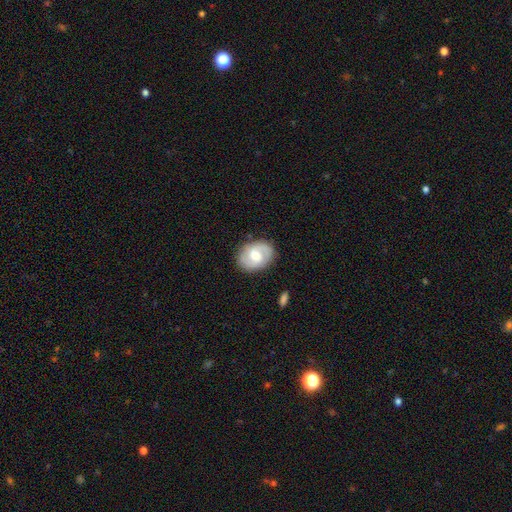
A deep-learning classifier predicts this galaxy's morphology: Smooth or featured?
  - featured or disk: 62% *
  - smooth: 32%
  - star or artifact: 6%
Edge-on disk?
  - no: 97% *
  - yes: 3%
Bar?
  - weak: 48% *
  - no: 42%
  - strong: 10%
Spiral arms?
  - yes: 84% *
  - no: 16%
Bulge size?
  - moderate: 65% *
  - small: 24%
  - large: 7%
  - none: 2%
  - dominant: 1%
Merging?
  - none: 82% *
  - minor disturbance: 13%
  - major disturbance: 3%
  - merger: 1%